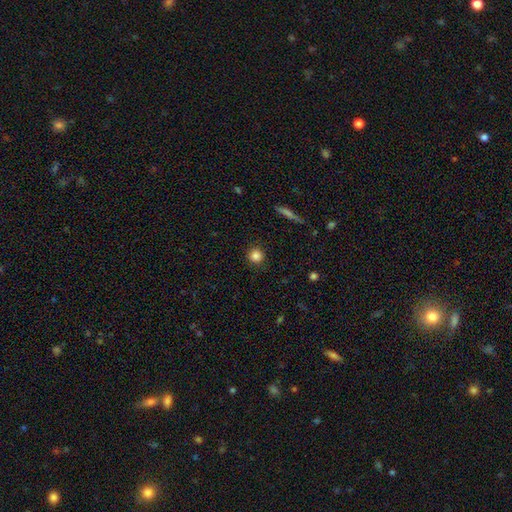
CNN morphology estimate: This appears to be a smooth galaxy with no disk features (84%) that is round (93%). Merging: none (90%).